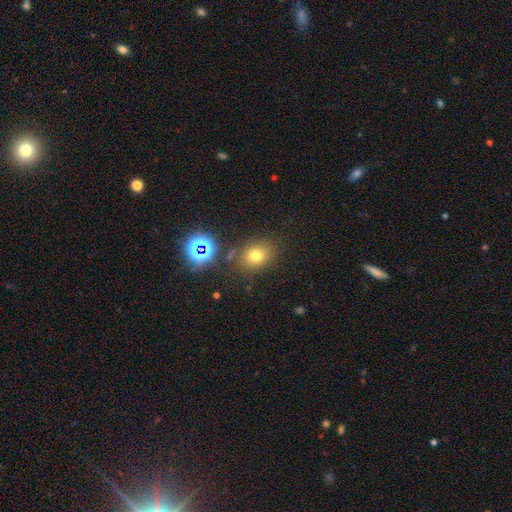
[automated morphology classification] This appears to be a smooth galaxy with no disk features (70%) that is round (56%). Merging: none (77%).